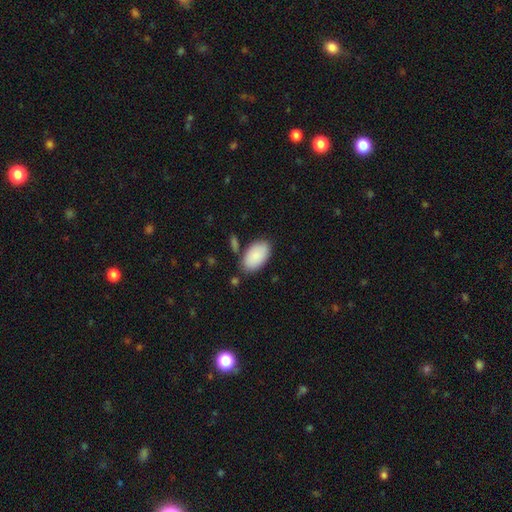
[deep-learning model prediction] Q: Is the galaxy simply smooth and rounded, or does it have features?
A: smooth — 89%.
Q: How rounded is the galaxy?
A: in between — 95%.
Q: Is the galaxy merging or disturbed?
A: none — 78%.